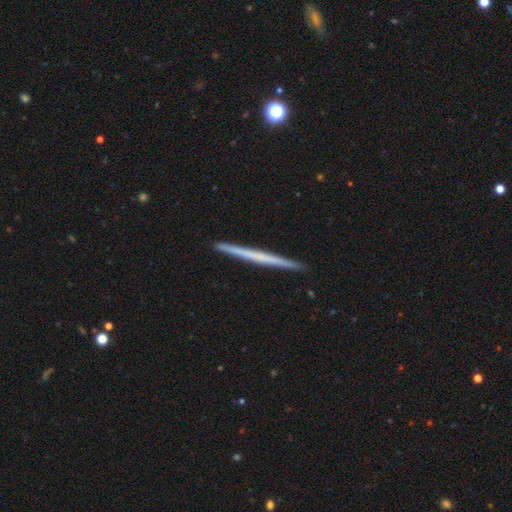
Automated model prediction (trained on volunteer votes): Smooth or featured?
  - featured or disk: 53% *
  - smooth: 42%
  - star or artifact: 5%
Edge-on disk?
  - yes: 98% *
  - no: 2%
Edge-on bulge?
  - none: 91% *
  - rounded: 6%
  - boxy: 3%
Merging?
  - none: 93% *
  - minor disturbance: 5%
  - merger: 1%
  - major disturbance: 1%